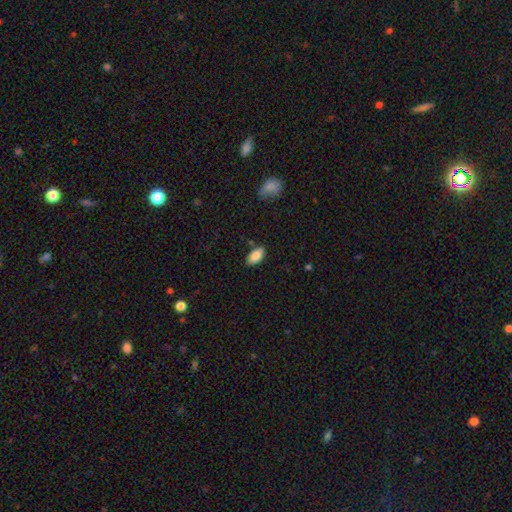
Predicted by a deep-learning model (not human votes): Smooth or featured? smooth (86%)
How rounded? in between (94%)
Merging? none (84%)